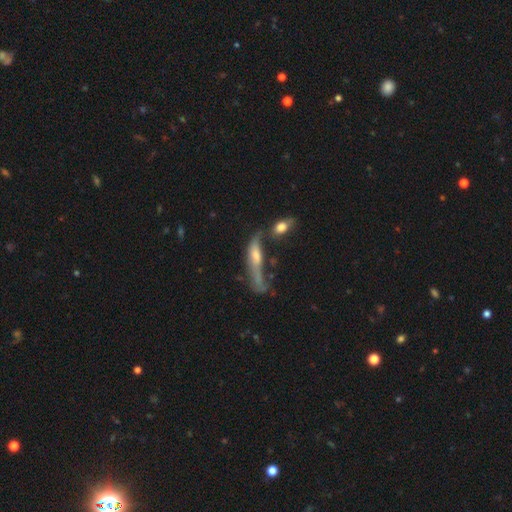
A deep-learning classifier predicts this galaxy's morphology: A featured or disk galaxy (51%) viewed edge-on (63%). Merging: merger (31%).